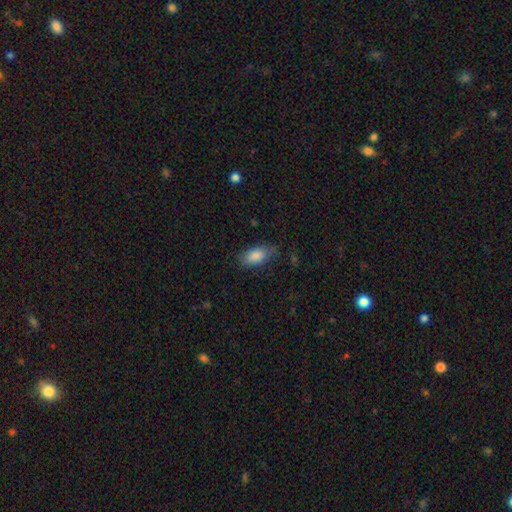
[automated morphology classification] Smooth or featured? Predicted: smooth (p=0.85). How rounded? Predicted: in between (p=0.90). Merging? Predicted: none (p=0.71).